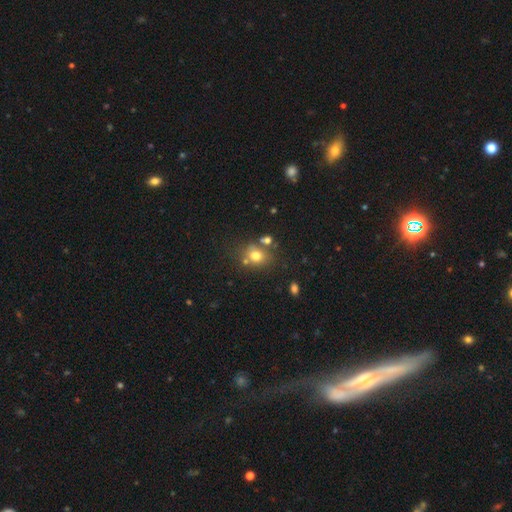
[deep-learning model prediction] Q: Smooth or featured?
A: smooth (72%); runner-up: star or artifact (15%)
Q: How rounded?
A: round (59%); runner-up: in between (40%)
Q: Merging?
A: none (62%); runner-up: merger (18%)